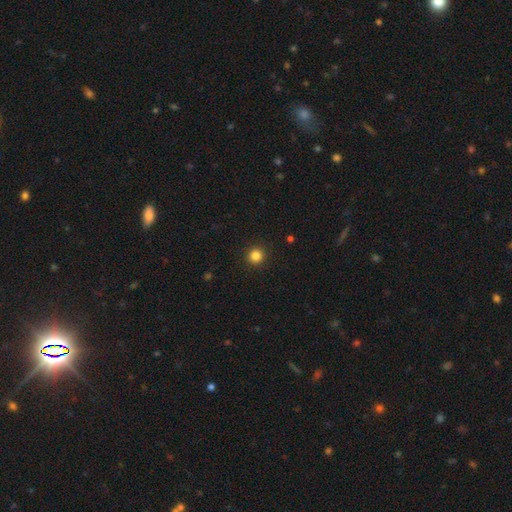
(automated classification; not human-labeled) Smooth or featured? smooth (84%)
How rounded? round (94%)
Merging? none (92%)